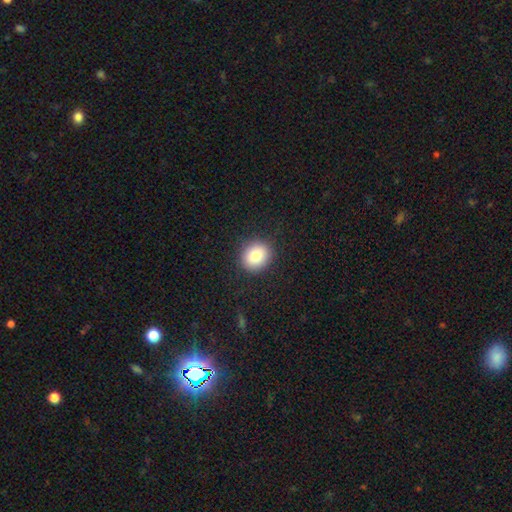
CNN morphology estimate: type=smooth (82%); roundness=round (75%); merging=none (89%).